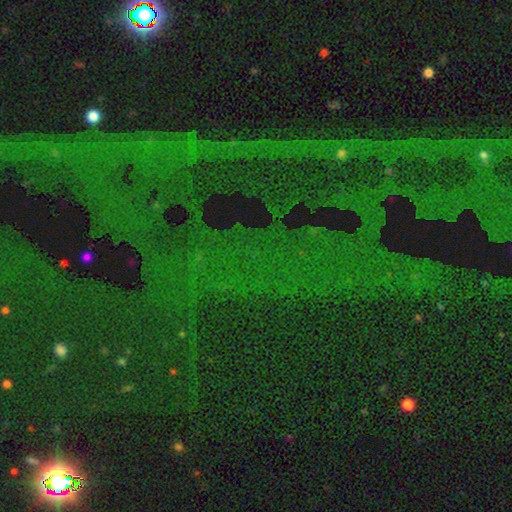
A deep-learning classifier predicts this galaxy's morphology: smooth_or_featured: star or artifact (p=0.85) [alt: smooth p=0.08]